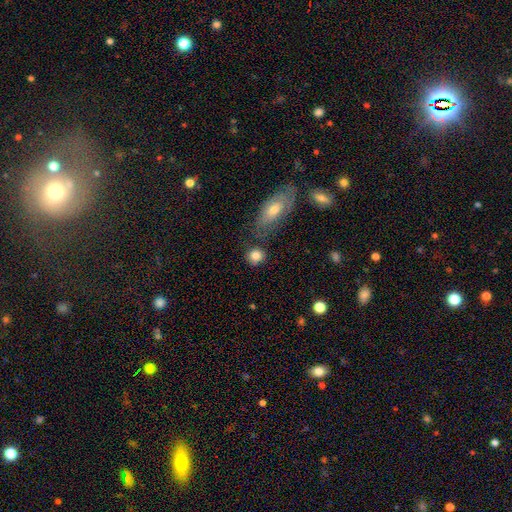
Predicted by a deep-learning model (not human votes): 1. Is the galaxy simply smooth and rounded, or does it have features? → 84% smooth, 8% featured or disk, 8% star or artifact.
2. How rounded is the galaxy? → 81% round, 17% in between, 2% cigar-shaped.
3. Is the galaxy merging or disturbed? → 74% none, 13% minor disturbance, 8% merger, 5% major disturbance.